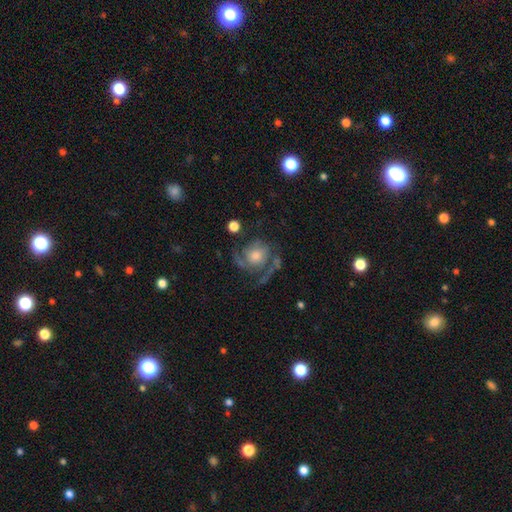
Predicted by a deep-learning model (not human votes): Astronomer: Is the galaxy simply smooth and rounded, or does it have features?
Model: featured or disk — 82%.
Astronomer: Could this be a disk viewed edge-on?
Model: no — 98%.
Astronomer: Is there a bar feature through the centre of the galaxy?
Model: no — 74%.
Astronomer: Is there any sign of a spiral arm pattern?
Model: yes — 95%.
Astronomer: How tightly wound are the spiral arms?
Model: medium — 47% (runner-up: tight, 34%).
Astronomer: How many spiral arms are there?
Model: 2 — 65%.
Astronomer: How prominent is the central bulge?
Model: moderate — 49%.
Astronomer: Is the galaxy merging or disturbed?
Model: none — 61%.